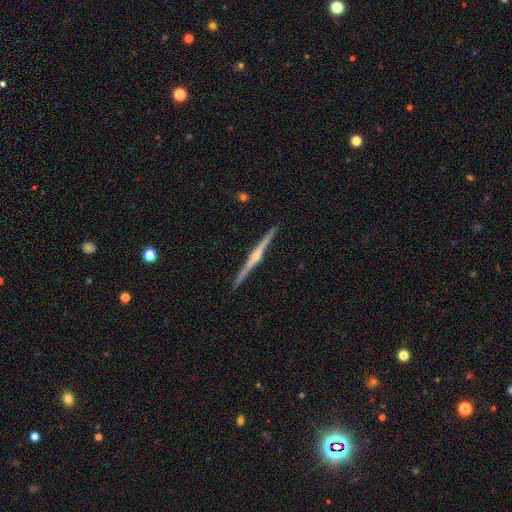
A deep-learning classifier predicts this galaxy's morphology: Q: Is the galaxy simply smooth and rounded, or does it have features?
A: featured or disk — 85%.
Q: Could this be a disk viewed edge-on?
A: yes — 99%.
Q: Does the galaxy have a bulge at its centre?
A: rounded — 87%.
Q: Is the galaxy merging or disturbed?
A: none — 92%.